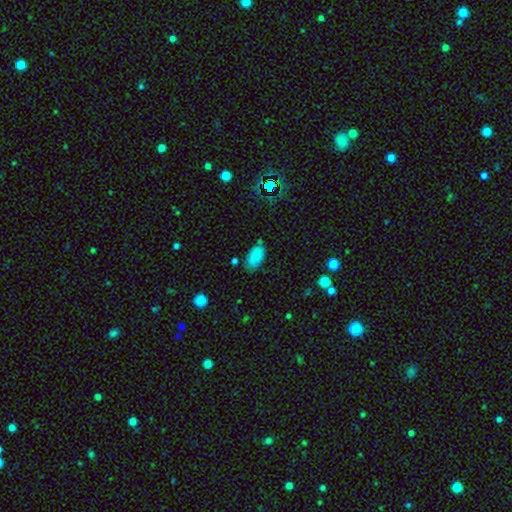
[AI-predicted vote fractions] smooth 84%, star or artifact 9%, featured or disk 7%. Down the decision tree: how rounded — in between (94%); merging — none (74%).